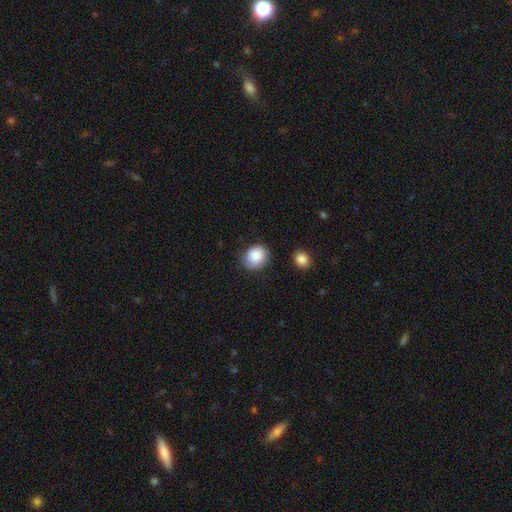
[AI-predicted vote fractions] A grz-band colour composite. It shows a smooth galaxy with no disk features (87%) that is round (60%). Merging: none (78%).